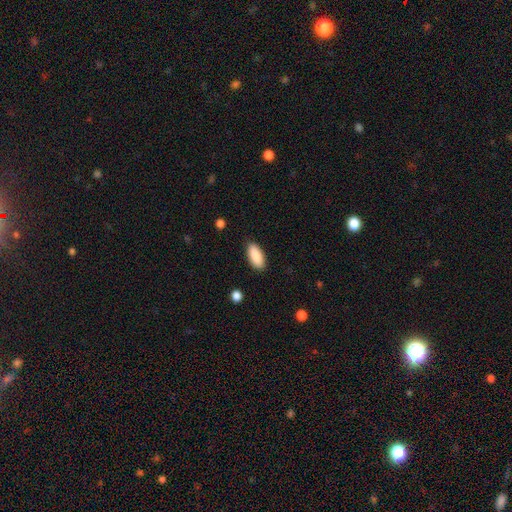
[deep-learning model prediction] Smooth or featured?
  - smooth: 89% *
  - star or artifact: 6%
  - featured or disk: 5%
How rounded?
  - in between: 89% *
  - cigar-shaped: 10%
  - round: 2%
Merging?
  - none: 87% *
  - minor disturbance: 9%
  - major disturbance: 2%
  - merger: 1%